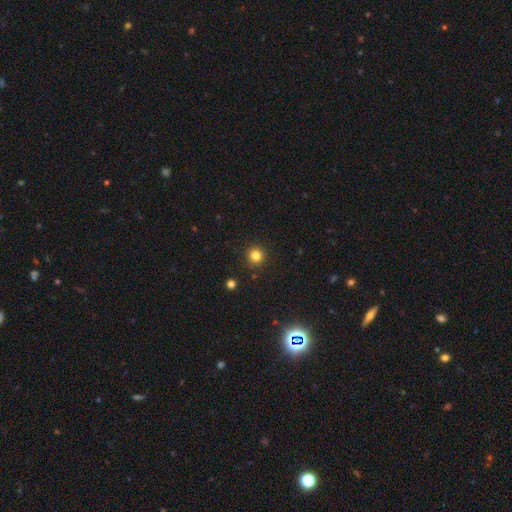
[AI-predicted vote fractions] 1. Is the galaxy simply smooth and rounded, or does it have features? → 81% smooth, 14% star or artifact, 5% featured or disk.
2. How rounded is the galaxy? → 95% round, 5% in between, 1% cigar-shaped.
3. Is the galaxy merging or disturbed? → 91% none, 5% minor disturbance, 2% major disturbance, 2% merger.